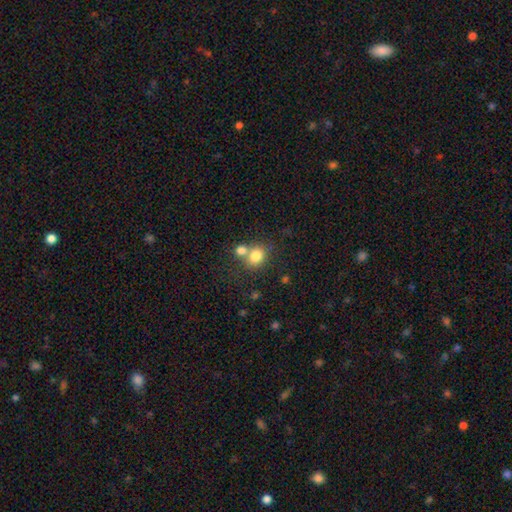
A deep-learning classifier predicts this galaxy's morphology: Smooth or featured?
  - smooth: 79% *
  - star or artifact: 11%
  - featured or disk: 10%
How rounded?
  - round: 58% *
  - in between: 41%
  - cigar-shaped: 1%
Merging?
  - none: 46% *
  - merger: 41%
  - minor disturbance: 9%
  - major disturbance: 4%